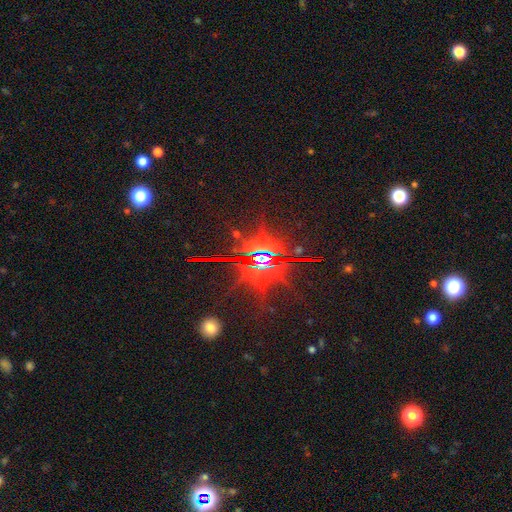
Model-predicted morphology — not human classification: Overall: star or artifact (82%).